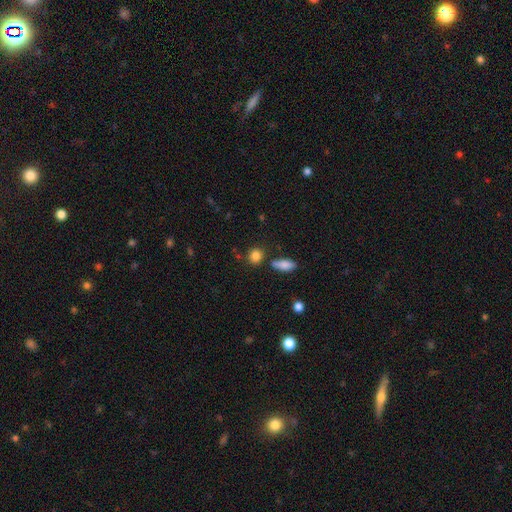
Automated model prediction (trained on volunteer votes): This appears to be a smooth galaxy with no disk features (85%) that is round (74%). Merging: none (76%).